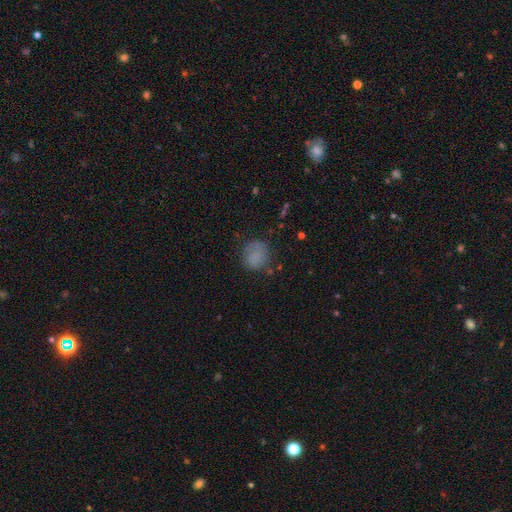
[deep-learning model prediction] Smooth or featured?
  - smooth: 76% *
  - featured or disk: 12%
  - star or artifact: 12%
How rounded?
  - round: 75% *
  - in between: 24%
  - cigar-shaped: 1%
Merging?
  - none: 62% *
  - minor disturbance: 24%
  - major disturbance: 11%
  - merger: 3%